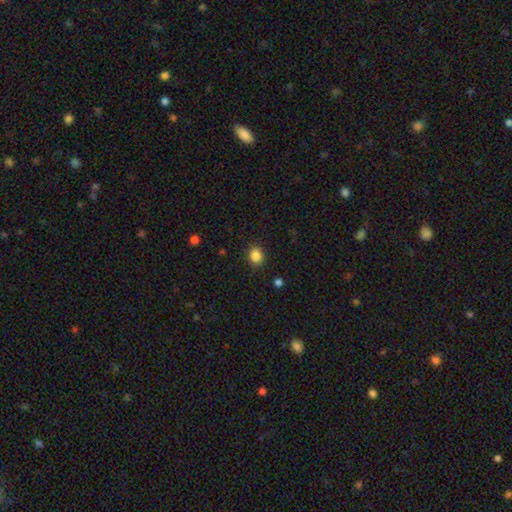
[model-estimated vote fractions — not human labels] Overall: smooth (86%). How rounded: round (69%; in between 30%). Merging: none (90%).